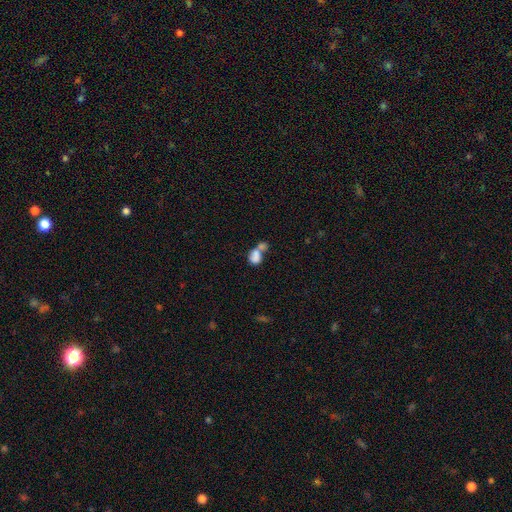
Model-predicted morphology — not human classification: A smooth galaxy with no disk features (77%) that is in between round and cigar-shaped (72%).

Vote fractions:
- Smooth or featured? smooth: 77% / featured or disk: 13% / star or artifact: 9%
- How rounded? in between: 72% / round: 26% / cigar-shaped: 2%
- Merging? merger: 69% / none: 17% / minor disturbance: 7% / major disturbance: 7%